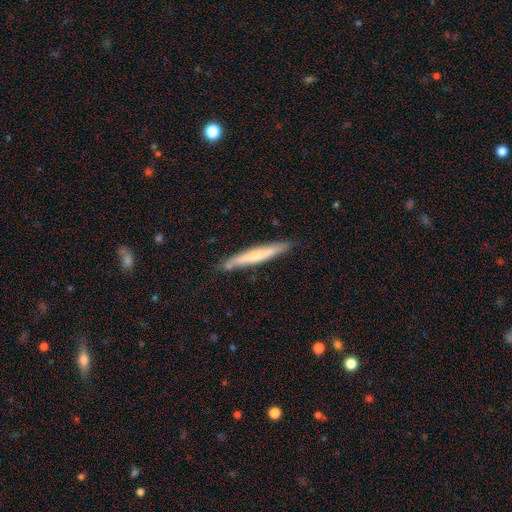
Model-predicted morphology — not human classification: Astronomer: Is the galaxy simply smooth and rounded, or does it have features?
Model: smooth — 54% (runner-up: featured or disk, 40%).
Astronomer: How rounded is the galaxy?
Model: cigar-shaped — 95%.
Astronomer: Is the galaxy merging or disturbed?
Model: none — 84%.